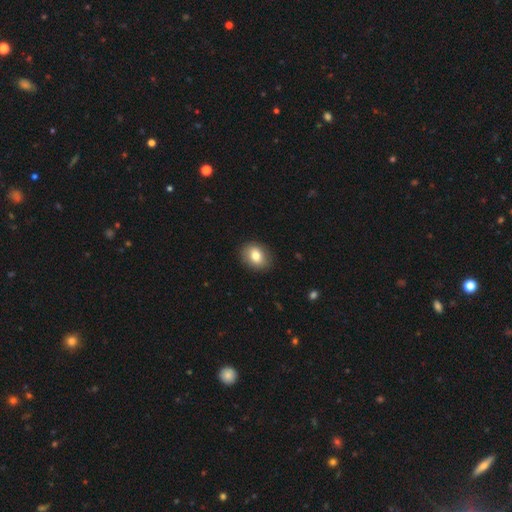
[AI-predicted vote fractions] Smooth or featured?
  - smooth: 79% *
  - featured or disk: 13%
  - star or artifact: 8%
How rounded?
  - in between: 57% *
  - round: 42%
  - cigar-shaped: 1%
Merging?
  - none: 88% *
  - minor disturbance: 9%
  - major disturbance: 2%
  - merger: 1%